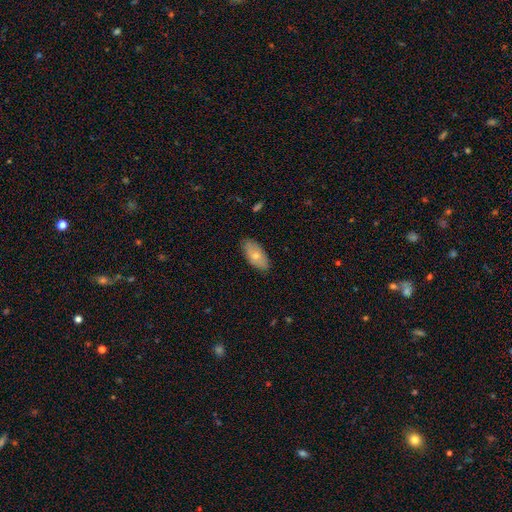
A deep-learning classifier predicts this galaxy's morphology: smooth_or_featured: smooth (p=0.71) [alt: featured or disk p=0.23]
how_rounded: in between (p=0.92) [alt: cigar-shaped p=0.05]
merging: none (p=0.83) [alt: minor disturbance p=0.13]